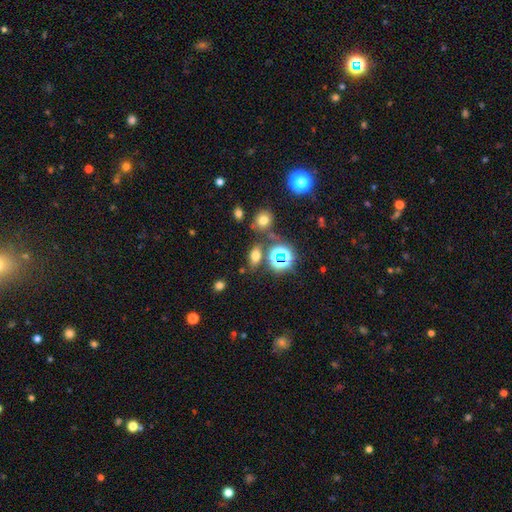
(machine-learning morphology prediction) The model was most divided on "smooth or featured": smooth: 61%, star or artifact: 30%, featured or disk: 9%. More confident: how rounded — in between (77%); merging — none (73%).